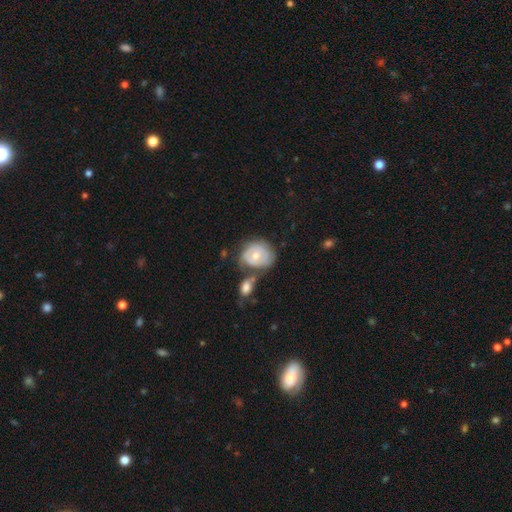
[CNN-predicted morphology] A featured or disk galaxy (59%) with no bar (78%), spiral arms (65%) and a moderate central bulge (63%). Merging: none (43%).